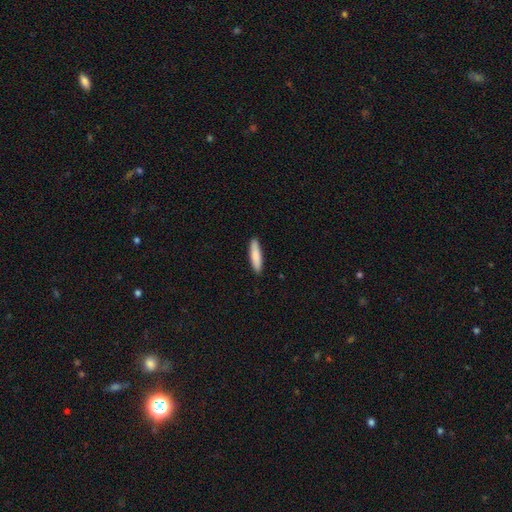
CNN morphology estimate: A smooth galaxy with no disk features (85%) that is cigar-shaped (79%).

Vote fractions:
- Smooth or featured? smooth: 85% / featured or disk: 10% / star or artifact: 5%
- How rounded? cigar-shaped: 79% / in between: 19% / round: 1%
- Merging? none: 90% / minor disturbance: 8% / major disturbance: 2% / merger: 1%